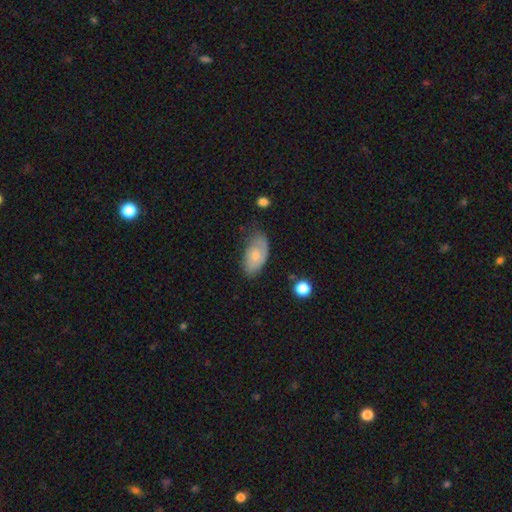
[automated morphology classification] smooth-or-featured: smooth: 60% | featured or disk: 34% | star or artifact: 7%
  how-rounded: in between: 93% | round: 5% | cigar-shaped: 2%
  merging: none: 54% | minor disturbance: 33% | major disturbance: 11% | merger: 2%